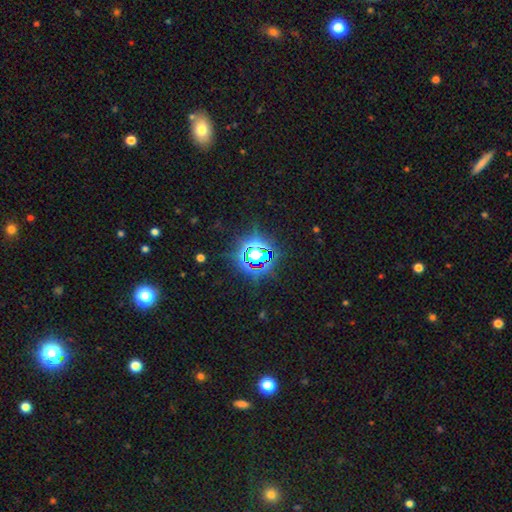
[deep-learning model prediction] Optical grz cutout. It shows a star or artifact, not a galaxy (76%).